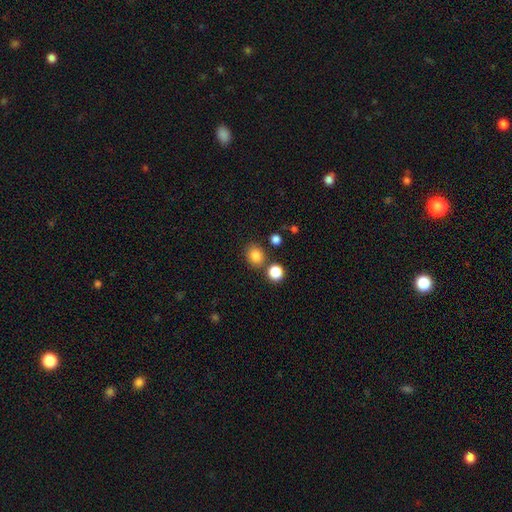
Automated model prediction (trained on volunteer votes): smooth-or-featured: smooth: 83% | star or artifact: 12% | featured or disk: 5%
  how-rounded: round: 69% | in between: 30% | cigar-shaped: 1%
  merging: none: 77% | merger: 11% | minor disturbance: 9% | major disturbance: 3%